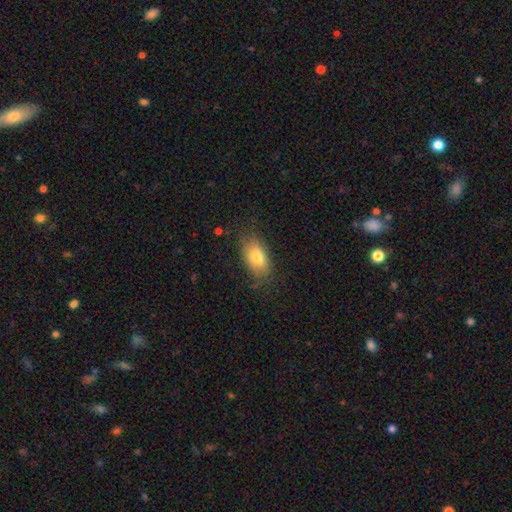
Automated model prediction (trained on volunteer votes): Smooth or featured?
  - smooth: 77% *
  - featured or disk: 14%
  - star or artifact: 8%
How rounded?
  - in between: 88% *
  - round: 7%
  - cigar-shaped: 5%
Merging?
  - none: 76% *
  - minor disturbance: 18%
  - major disturbance: 5%
  - merger: 1%